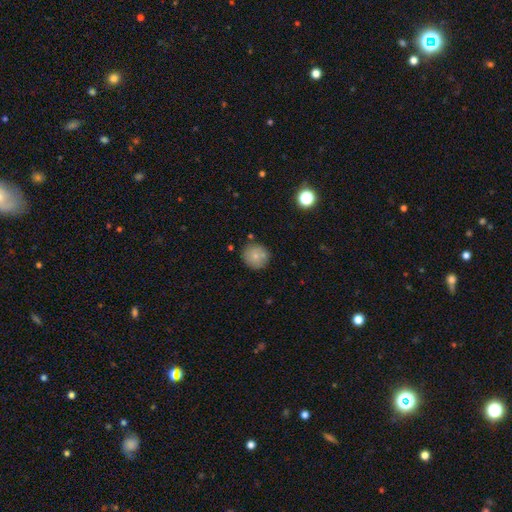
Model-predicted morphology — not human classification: The model was most divided on "smooth or featured": smooth: 76%, featured or disk: 15%, star or artifact: 9%. More confident: how rounded — round (93%); merging — none (78%).